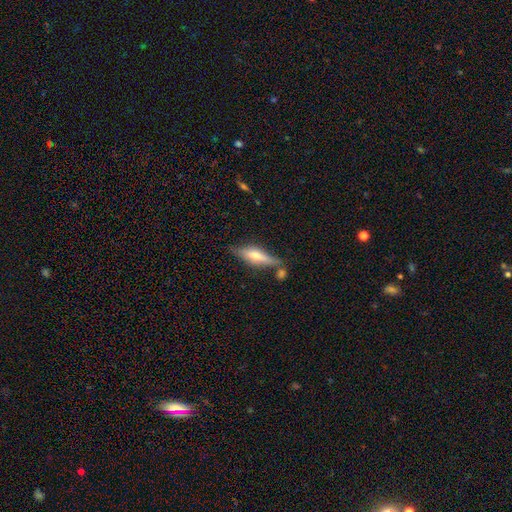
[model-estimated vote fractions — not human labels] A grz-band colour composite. It shows a featured or disk galaxy (59%) viewed edge-on (93%) with a rounded central bulge (79%). Merging: none (73%).